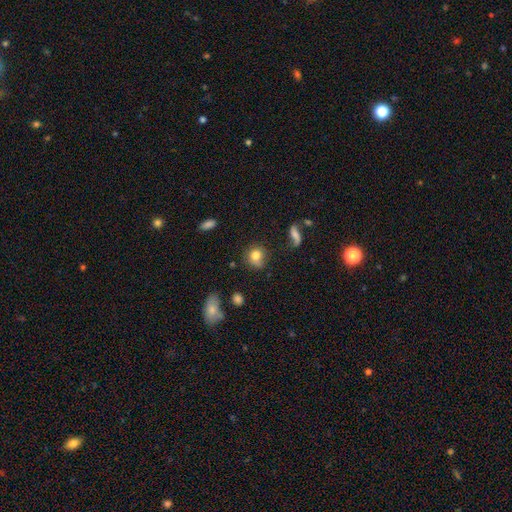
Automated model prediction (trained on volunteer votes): Smooth or featured?
  - smooth: 77% *
  - featured or disk: 12%
  - star or artifact: 11%
How rounded?
  - round: 77% *
  - in between: 21%
  - cigar-shaped: 1%
Merging?
  - none: 60% *
  - minor disturbance: 25%
  - major disturbance: 10%
  - merger: 4%